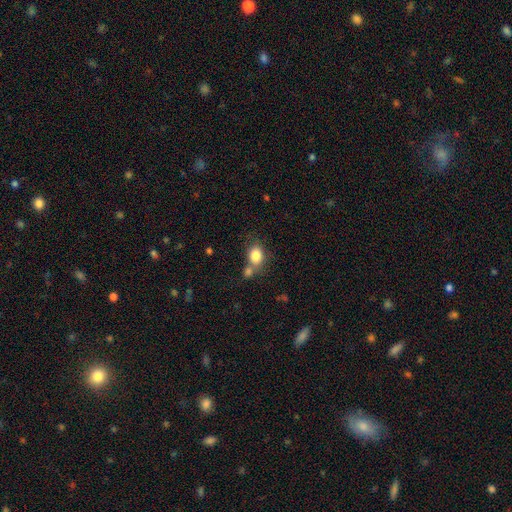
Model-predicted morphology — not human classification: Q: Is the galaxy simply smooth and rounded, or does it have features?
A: smooth — 82%.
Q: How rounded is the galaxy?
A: in between — 61%.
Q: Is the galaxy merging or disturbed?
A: none — 48%.